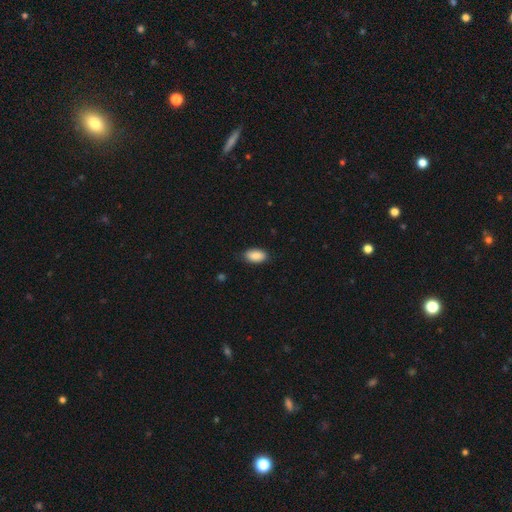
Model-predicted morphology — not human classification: This appears to be a smooth galaxy with no disk features (88%) that is in between round and cigar-shaped (94%). Merging: none (84%).